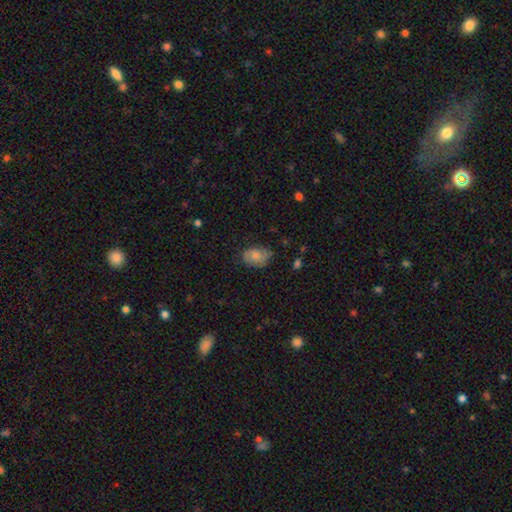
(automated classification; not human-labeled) A smooth galaxy with no disk features (69%) that is in between round and cigar-shaped (76%).

Vote fractions:
- Smooth or featured? smooth: 69% / featured or disk: 23% / star or artifact: 8%
- How rounded? in between: 76% / round: 22% / cigar-shaped: 1%
- Merging? none: 66% / minor disturbance: 25% / major disturbance: 8% / merger: 1%